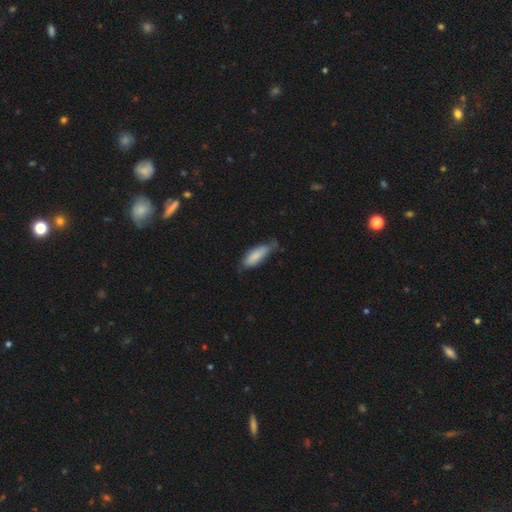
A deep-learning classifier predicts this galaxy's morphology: smooth 81%, featured or disk 13%, star or artifact 6%. Down the decision tree: how rounded — in between (65%); merging — none (49%).